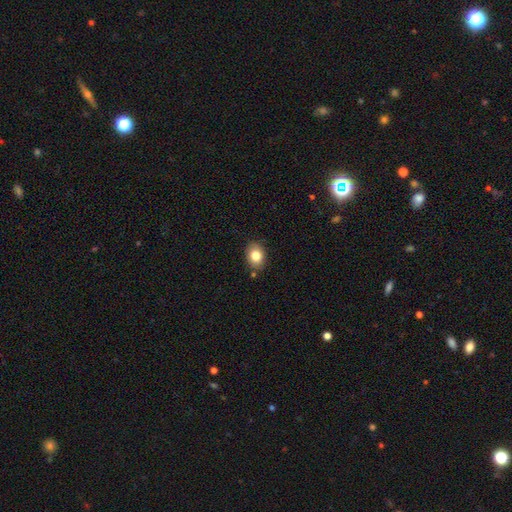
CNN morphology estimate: A smooth galaxy with no disk features (82%) that is in between round and cigar-shaped (62%).

Vote fractions:
- Smooth or featured? smooth: 82% / featured or disk: 9% / star or artifact: 9%
- How rounded? in between: 62% / round: 37% / cigar-shaped: 1%
- Merging? none: 83% / minor disturbance: 11% / merger: 3% / major disturbance: 2%